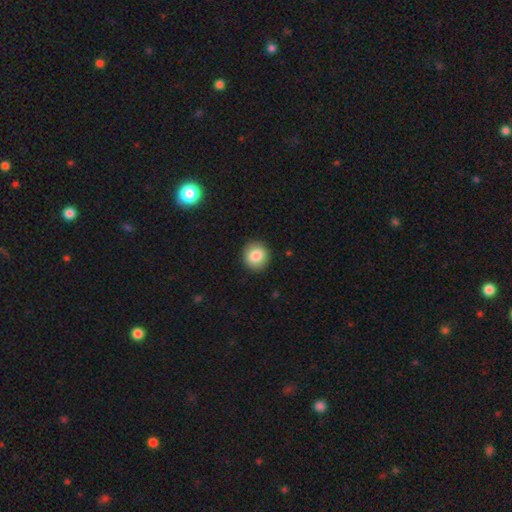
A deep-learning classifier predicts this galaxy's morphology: Smooth or featured? Predicted: smooth (p=0.85). How rounded? Predicted: round (p=0.90). Merging? Predicted: none (p=0.91).